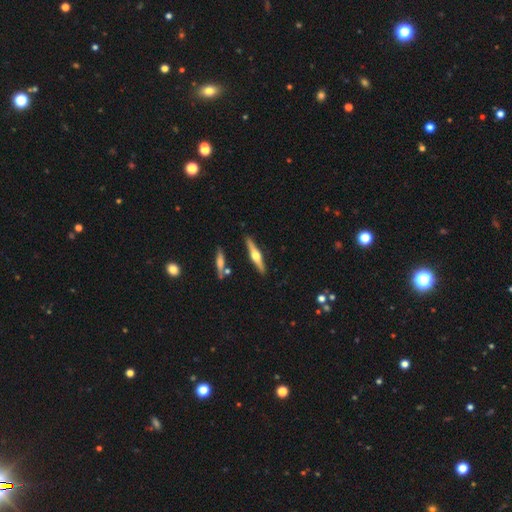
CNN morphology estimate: This appears to be a featured or disk galaxy (73%) viewed edge-on (98%) with a rounded central bulge (95%). Merging: none (88%).